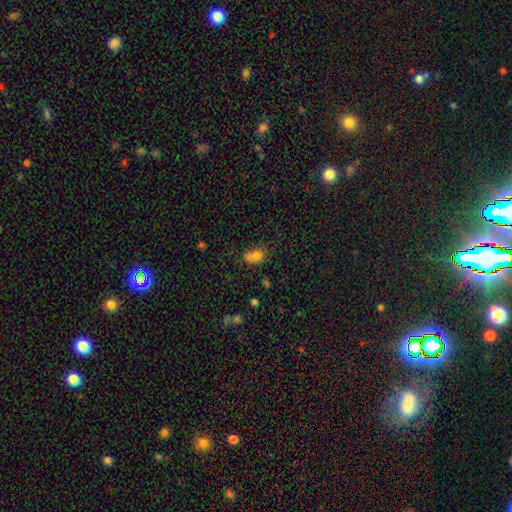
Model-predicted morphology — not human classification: smooth_or_featured: smooth (p=0.76) [alt: star or artifact p=0.14]
how_rounded: in between (p=0.70) [alt: round p=0.27]
merging: none (p=0.41) [alt: merger p=0.31]